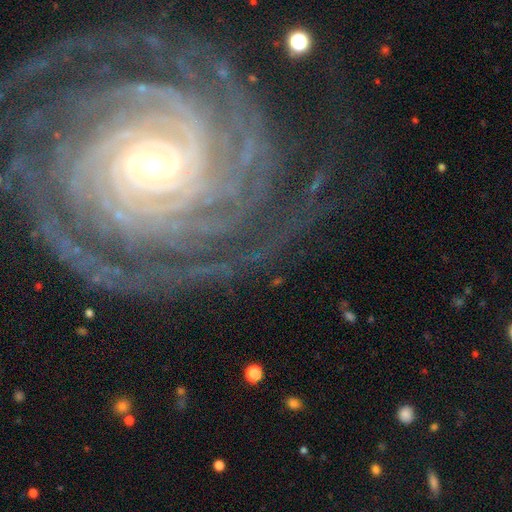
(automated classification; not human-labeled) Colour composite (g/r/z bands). It shows a featured or disk galaxy (90%) with a weak bar (38%), more than 4 (24%) tight (84%) spiral arms (98%) and a moderate central bulge (47%, tied with small). Merging: none (74%).